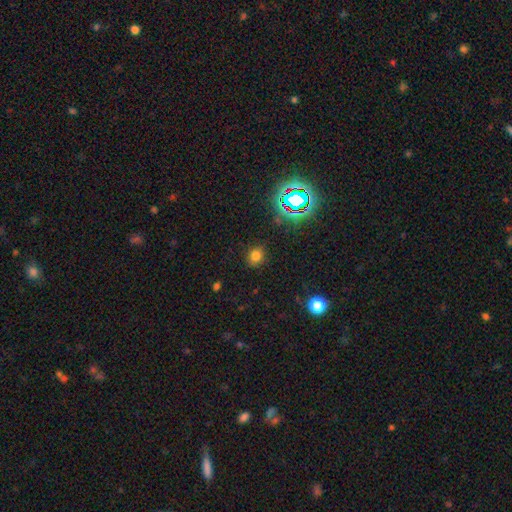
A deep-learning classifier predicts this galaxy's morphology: smooth_or_featured: smooth (p=0.71) [alt: star or artifact p=0.22]
how_rounded: round (p=0.70) [alt: in between p=0.28]
merging: none (p=0.86) [alt: minor disturbance p=0.09]